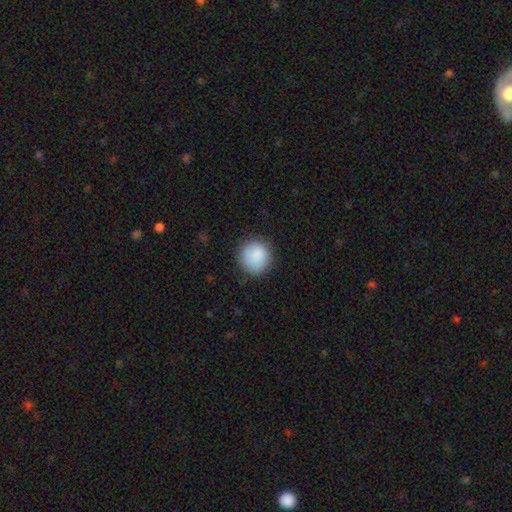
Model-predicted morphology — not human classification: This is clearly a smooth galaxy (88%). How rounded: clearly round (92%). Merging: clearly none (84%).